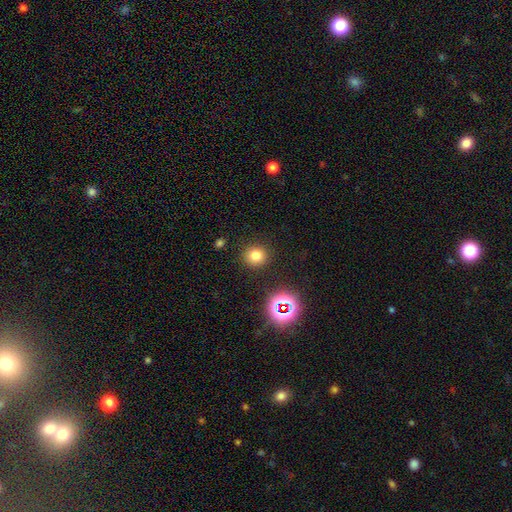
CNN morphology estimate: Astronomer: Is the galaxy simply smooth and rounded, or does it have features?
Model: smooth — 74%.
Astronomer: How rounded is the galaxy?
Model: round — 90%.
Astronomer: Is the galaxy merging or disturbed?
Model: none — 89%.